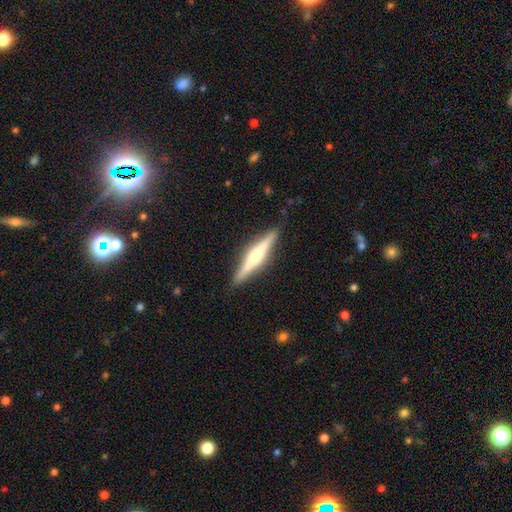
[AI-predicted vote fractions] A featured or disk galaxy (73%) viewed edge-on (98%) with a rounded central bulge (79%).

Vote fractions:
- Smooth or featured? featured or disk: 73% / smooth: 21% / star or artifact: 6%
- Edge-on disk? yes: 98% / no: 2%
- Edge-on bulge? rounded: 79% / boxy: 15% / none: 6%
- Merging? none: 90% / minor disturbance: 7% / major disturbance: 2% / merger: 1%